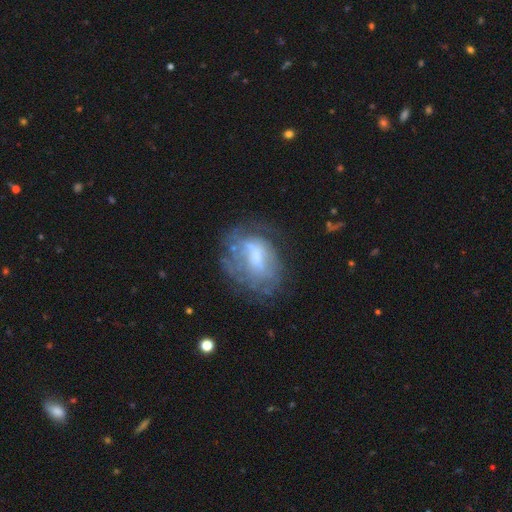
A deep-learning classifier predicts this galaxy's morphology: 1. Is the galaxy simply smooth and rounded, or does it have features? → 55% featured or disk, 34% smooth, 11% star or artifact.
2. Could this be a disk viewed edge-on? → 96% no, 4% yes.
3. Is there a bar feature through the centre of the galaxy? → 47% no, 39% weak, 14% strong.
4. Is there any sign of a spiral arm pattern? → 59% no, 41% yes.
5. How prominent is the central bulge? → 35% moderate, 30% small, 23% none, 10% large, 2% dominant.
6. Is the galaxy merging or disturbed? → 51% none, 24% minor disturbance, 21% major disturbance, 4% merger.